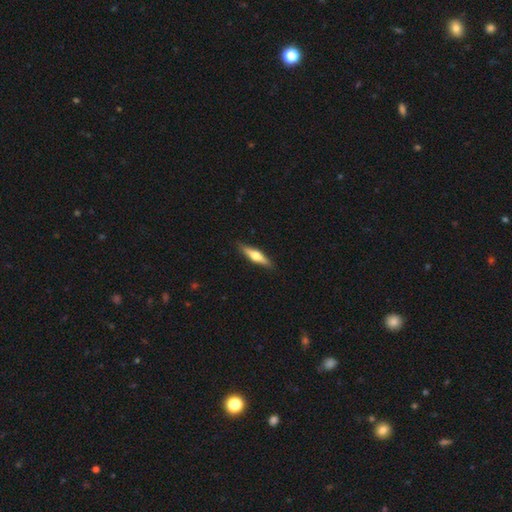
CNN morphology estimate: Smooth or featured?
  - featured or disk: 56% *
  - smooth: 39%
  - star or artifact: 5%
Edge-on disk?
  - yes: 95% *
  - no: 5%
Edge-on bulge?
  - rounded: 93% *
  - boxy: 4%
  - none: 3%
Merging?
  - none: 90% *
  - minor disturbance: 8%
  - major disturbance: 2%
  - merger: 1%